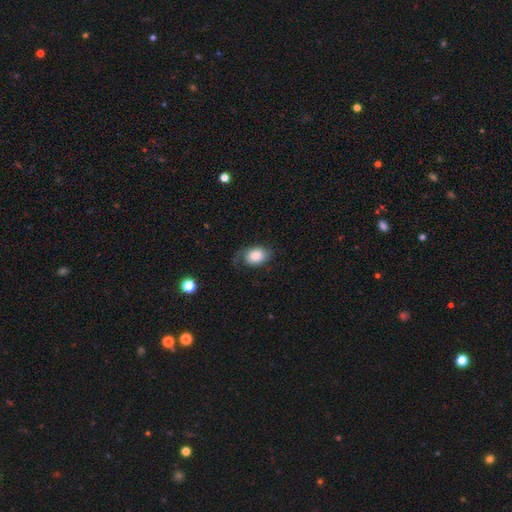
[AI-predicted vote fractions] This is likely a smooth galaxy (76%). How rounded: likely in between (70%). Merging: possibly none (54%).